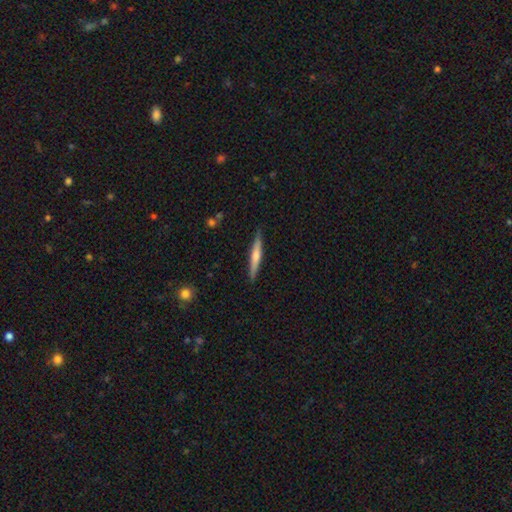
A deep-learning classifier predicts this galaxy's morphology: type=featured or disk (55%); edge-on=yes (97%); edge-on bulge=rounded (69%); merging=none (90%).